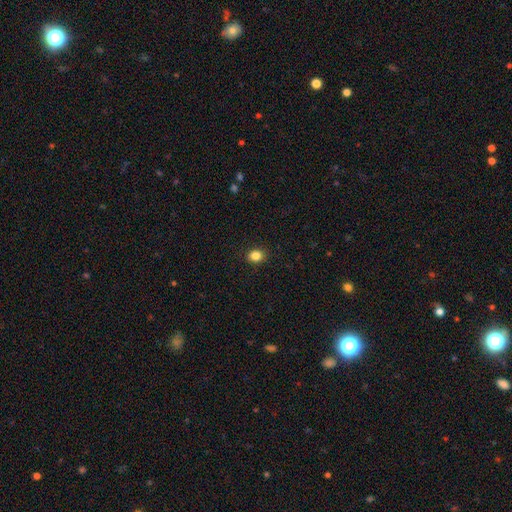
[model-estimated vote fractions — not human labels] Smooth or featured: smooth — 85% (star or artifact — 11%)
How rounded: round — 51% (in between — 48%)
Merging: none — 90% (minor disturbance — 7%)